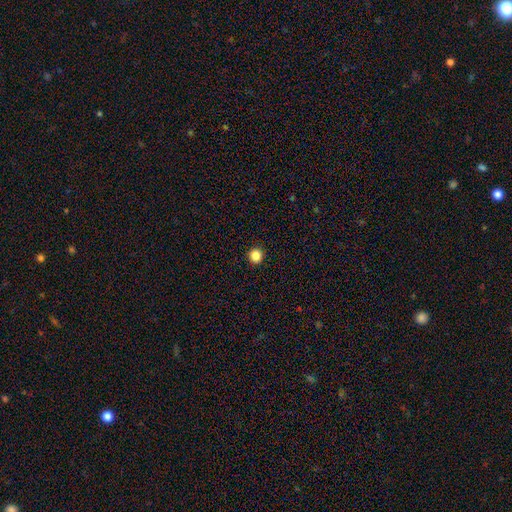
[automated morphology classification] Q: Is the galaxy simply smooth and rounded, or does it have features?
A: smooth — 86%.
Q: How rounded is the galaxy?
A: round — 94%.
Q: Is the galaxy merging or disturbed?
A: none — 94%.